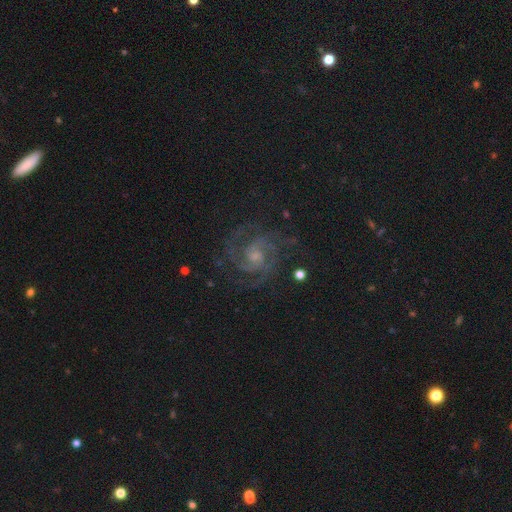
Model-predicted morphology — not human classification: smooth_or_featured: featured or disk (p=0.89) [alt: star or artifact p=0.07]
disk_edge_on: no (p=0.98) [alt: yes p=0.02]
bar: no (p=0.57) [alt: weak p=0.36]
has_spiral_arms: yes (p=0.98) [alt: no p=0.02]
spiral_winding: tight (p=0.53) [alt: medium p=0.41]
spiral_arm_count: 2 (p=0.42) [alt: 3 p=0.28]
bulge_size: small (p=0.54) [alt: moderate p=0.35]
merging: none (p=0.77) [alt: minor disturbance p=0.14]